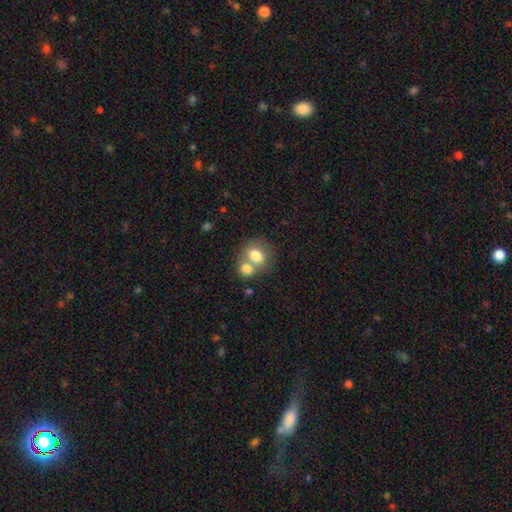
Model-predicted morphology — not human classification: Smooth or featured: smooth — 76% (featured or disk — 15%)
How rounded: round — 56% (in between — 43%)
Merging: merger — 51% (none — 37%)